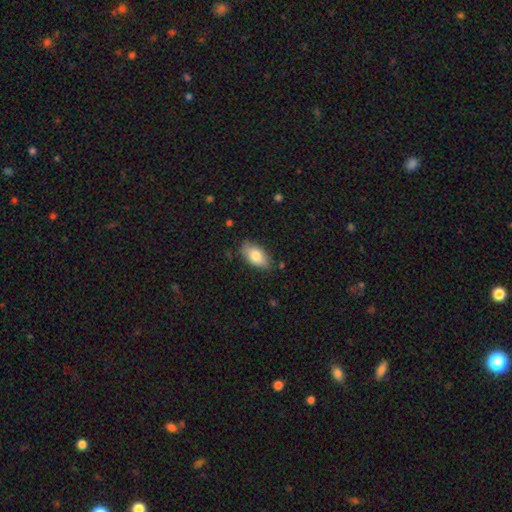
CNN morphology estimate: Smooth or featured? smooth (82%)
How rounded? in between (93%)
Merging? none (81%)